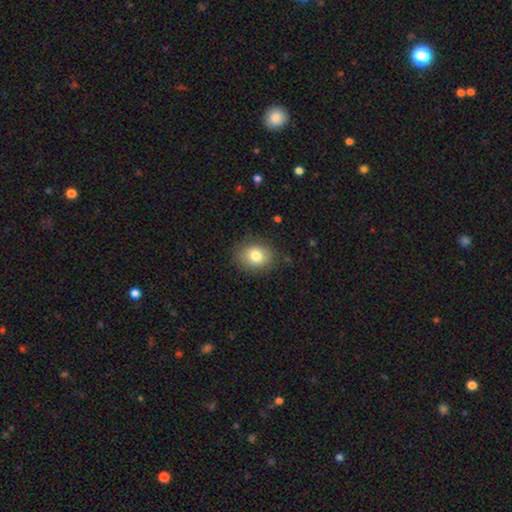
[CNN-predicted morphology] type=smooth (80%); roundness=in between (52%); merging=none (84%).